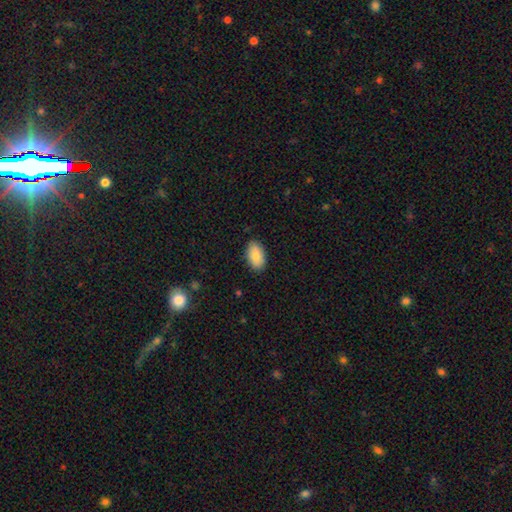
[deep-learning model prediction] Smooth or featured?
  - smooth: 85% *
  - featured or disk: 8%
  - star or artifact: 6%
How rounded?
  - in between: 94% *
  - round: 4%
  - cigar-shaped: 2%
Merging?
  - none: 86% *
  - minor disturbance: 11%
  - major disturbance: 2%
  - merger: 1%